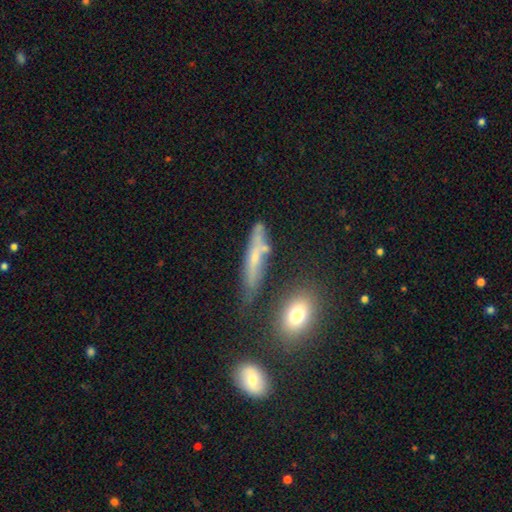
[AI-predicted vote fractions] Morphology: type=featured or disk (47%); merging=none (61%).